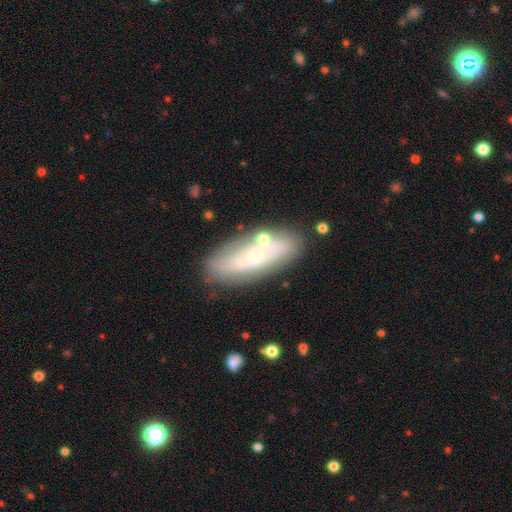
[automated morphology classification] smooth-or-featured: featured or disk: 57% | smooth: 34% | star or artifact: 8%
  disk-edge-on: no: 80% | yes: 20%
  merging: none: 69% | minor disturbance: 17% | merger: 8% | major disturbance: 6%